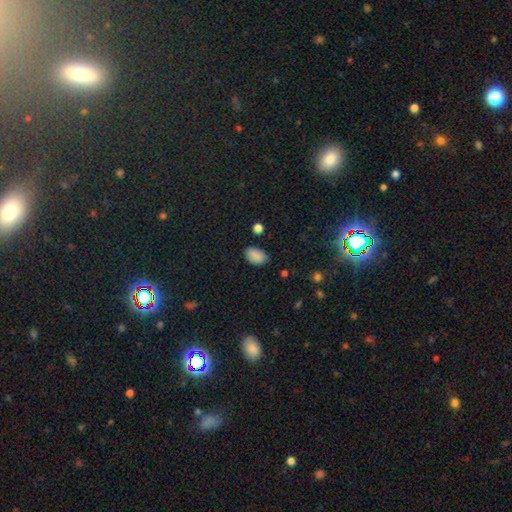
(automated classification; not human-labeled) A smooth galaxy with no disk features (87%) that is in between round and cigar-shaped (91%). Merging: none (79%).